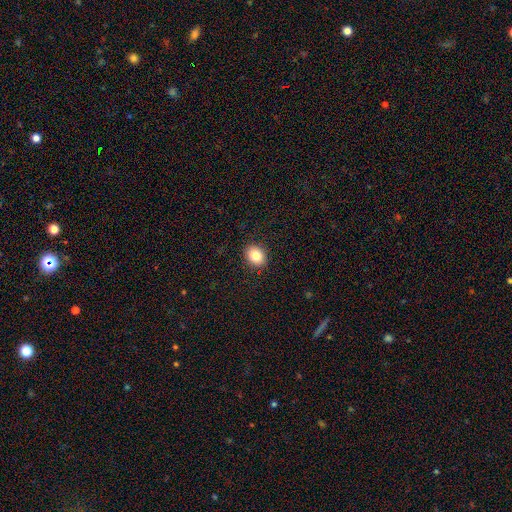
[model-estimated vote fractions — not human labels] This appears to be a smooth galaxy with no disk features (83%) that is in between round and cigar-shaped (53%). Merging: none (90%).